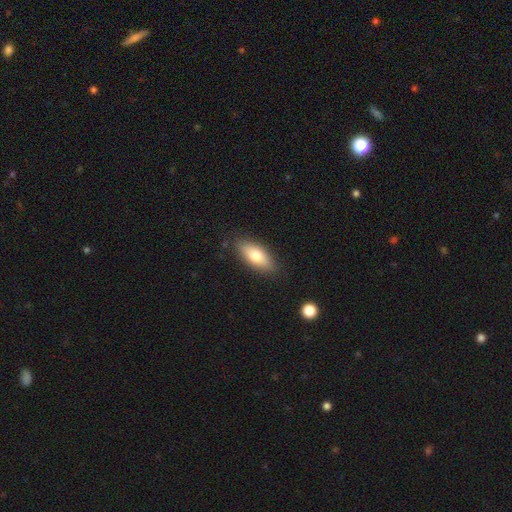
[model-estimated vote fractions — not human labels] A smooth galaxy with no disk features (74%) that is in between round and cigar-shaped (80%).

Vote fractions:
- Smooth or featured? smooth: 74% / featured or disk: 20% / star or artifact: 7%
- How rounded? in between: 80% / cigar-shaped: 18% / round: 3%
- Merging? none: 85% / minor disturbance: 11% / major disturbance: 2% / merger: 1%